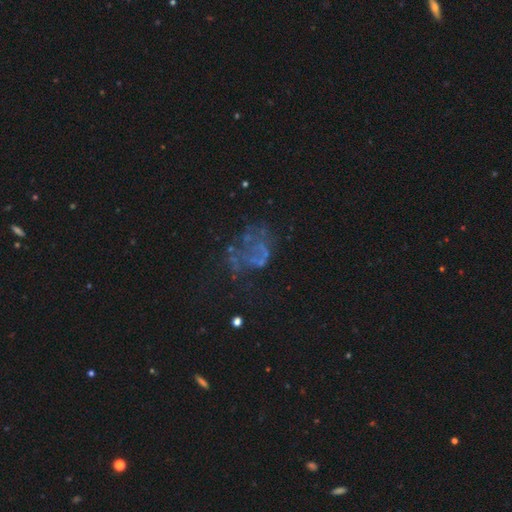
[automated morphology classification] featured or disk 54%, star or artifact 26%, smooth 20%. Down the decision tree: edge-on disk — no (98%); bar — no (94%); spiral arms — no (92%); bulge size — none (84%); merging — none (43%).